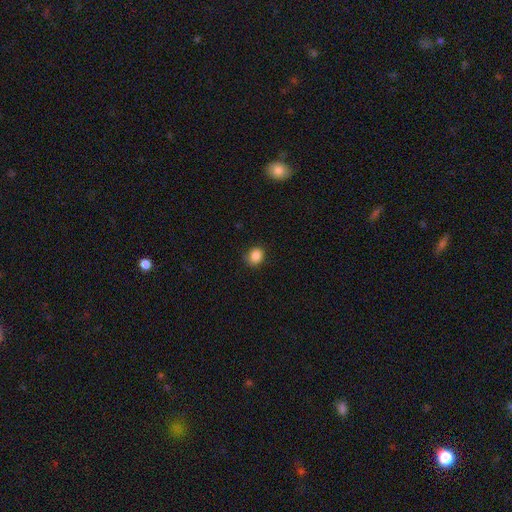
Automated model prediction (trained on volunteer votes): Smooth or featured? smooth (86%)
How rounded? round (69%)
Merging? none (79%)